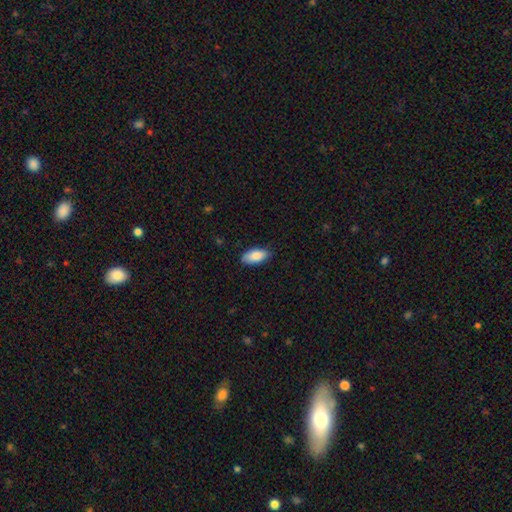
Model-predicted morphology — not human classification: A smooth galaxy with no disk features (86%) that is in between round and cigar-shaped (91%).

Vote fractions:
- Smooth or featured? smooth: 86% / featured or disk: 8% / star or artifact: 6%
- How rounded? in between: 91% / cigar-shaped: 7% / round: 2%
- Merging? none: 83% / minor disturbance: 14% / major disturbance: 2% / merger: 1%